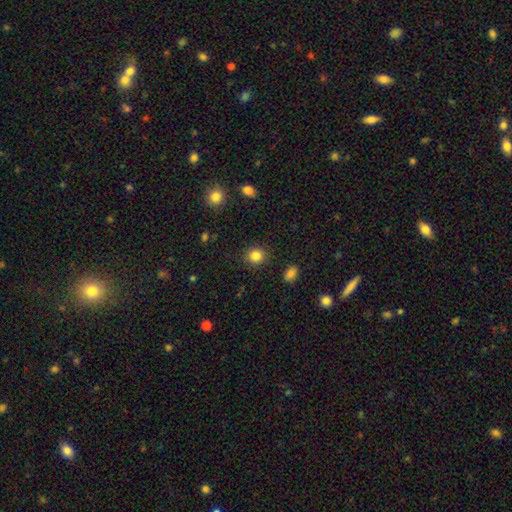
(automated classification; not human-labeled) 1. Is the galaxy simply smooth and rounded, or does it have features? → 85% smooth, 11% star or artifact, 5% featured or disk.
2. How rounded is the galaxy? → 87% round, 12% in between, 1% cigar-shaped.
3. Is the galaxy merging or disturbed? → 90% none, 7% minor disturbance, 2% major disturbance, 1% merger.